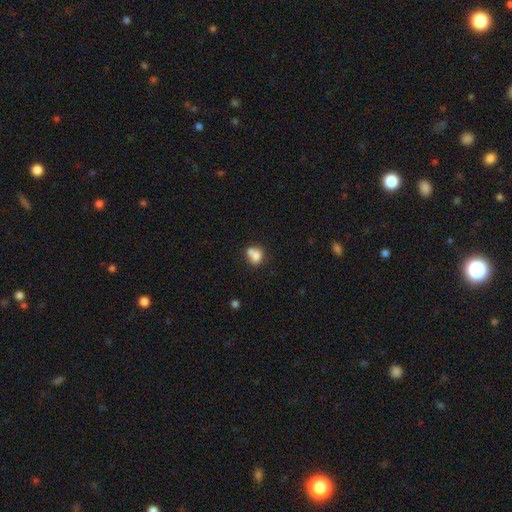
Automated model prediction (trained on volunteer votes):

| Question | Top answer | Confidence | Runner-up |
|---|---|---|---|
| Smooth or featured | smooth | 75% | featured or disk (15%) |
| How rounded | round | 65% | in between (34%) |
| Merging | merger | 51% | none (36%) |